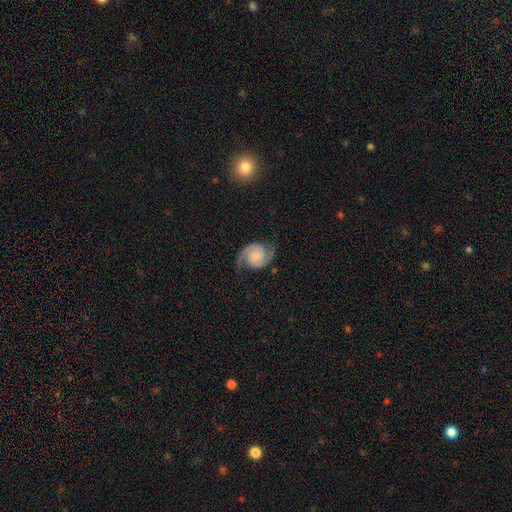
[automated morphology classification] type=featured or disk (89%); edge-on=no (98%); bar=no (72%); spiral arms=yes (98%); winding=medium (52%); arm count=2 (94%); bulge=small (32%); merging=none (79%).